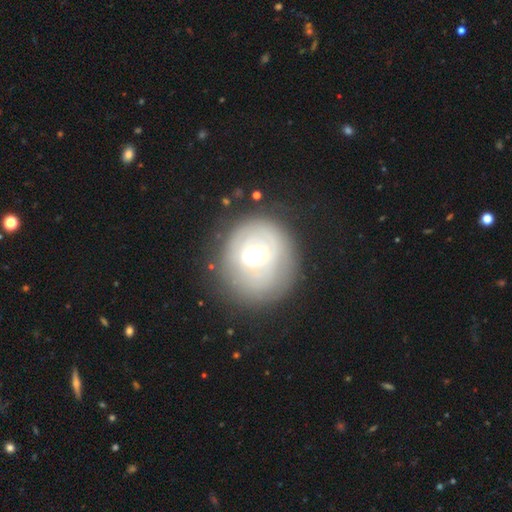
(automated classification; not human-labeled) This is possibly a featured or disk galaxy (58%). It is clearly not viewed edge-on (94%). Bar: possibly weak (49%). Spiral arm pattern: possibly no (60%). Central bulge: likely moderate (65%). Merging: likely none (71%).